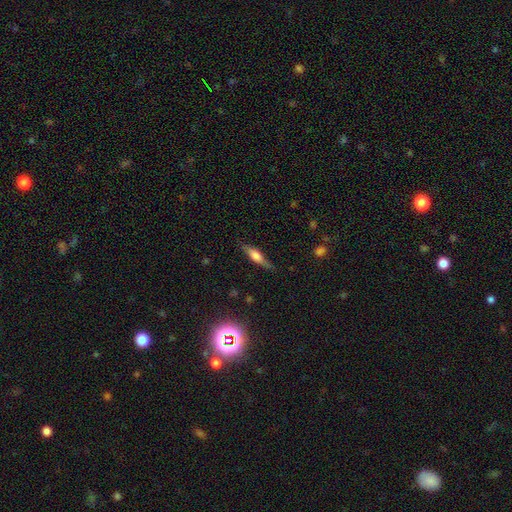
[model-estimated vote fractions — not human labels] The model was most divided on "smooth or featured": featured or disk: 54%, smooth: 38%, star or artifact: 8%. More confident: edge-on disk — yes (93%); merging — none (81%); edge-on bulge — rounded (75%).